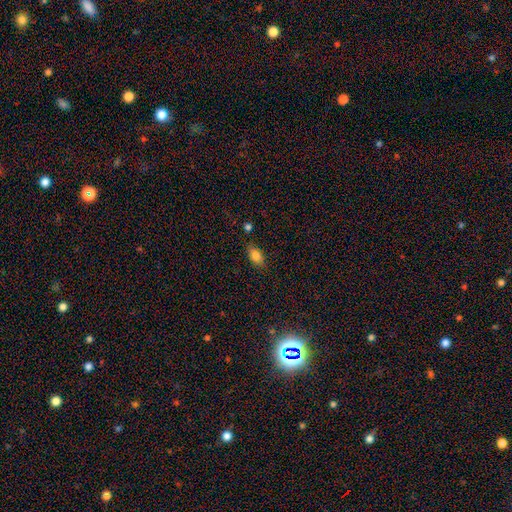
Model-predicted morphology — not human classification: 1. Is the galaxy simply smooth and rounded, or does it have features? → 81% smooth, 10% star or artifact, 9% featured or disk.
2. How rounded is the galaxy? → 87% in between, 7% round, 6% cigar-shaped.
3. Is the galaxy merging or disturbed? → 78% none, 15% minor disturbance, 3% major disturbance, 3% merger.